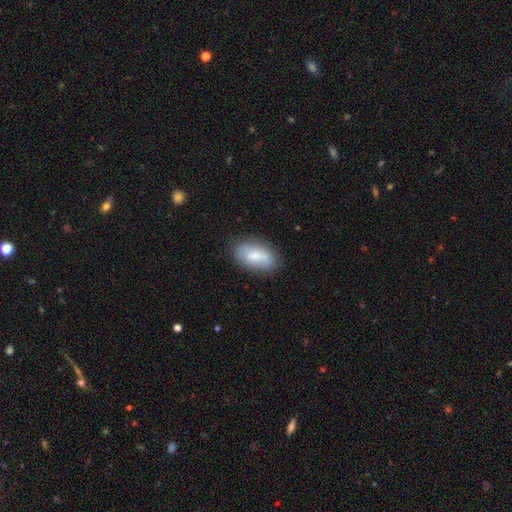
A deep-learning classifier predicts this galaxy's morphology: A smooth galaxy with no disk features (69%) that is in between round and cigar-shaped (92%). Merging: none (79%).